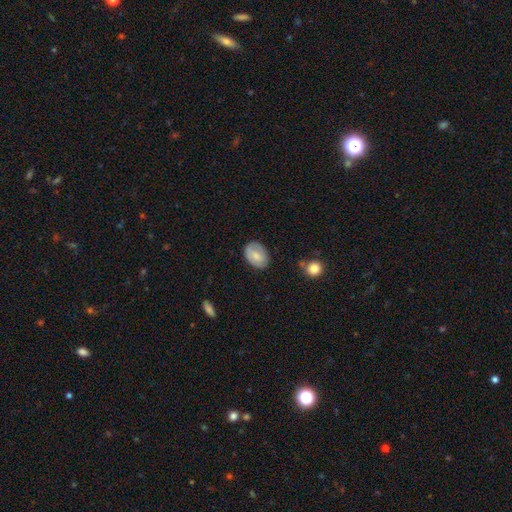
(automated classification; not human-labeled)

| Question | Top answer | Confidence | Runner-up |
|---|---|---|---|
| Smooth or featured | smooth | 73% | featured or disk (20%) |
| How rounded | in between | 75% | round (24%) |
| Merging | none | 75% | minor disturbance (19%) |